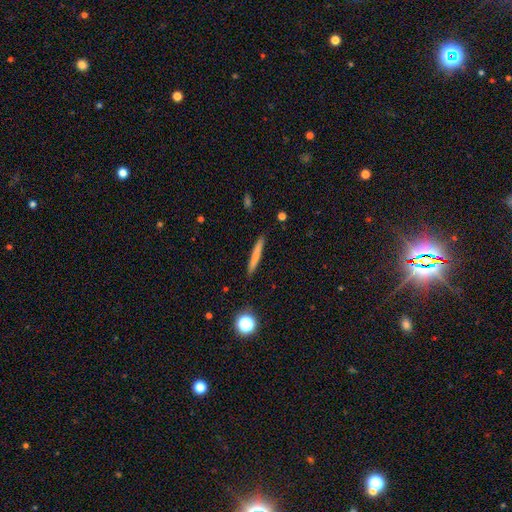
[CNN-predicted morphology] This is likely a smooth galaxy (68%). How rounded: clearly cigar-shaped (95%). Merging: clearly none (90%).